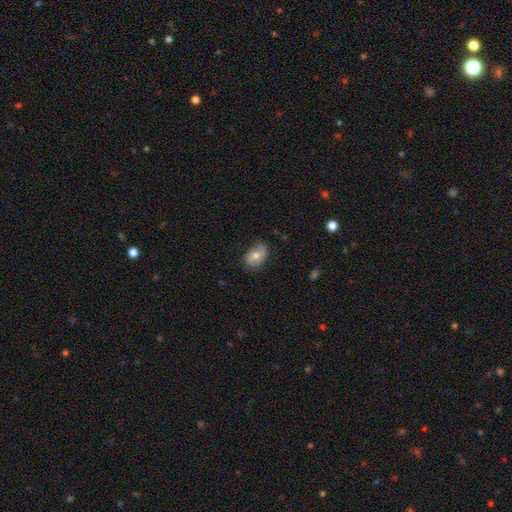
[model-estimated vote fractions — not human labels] This is likely a smooth galaxy (64%). How rounded: clearly in between (83%). Merging: likely none (71%).